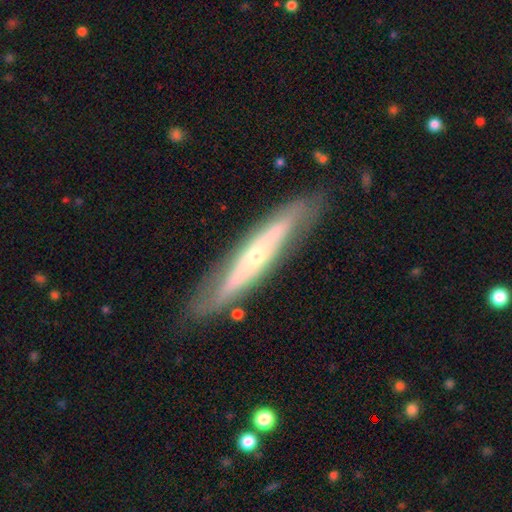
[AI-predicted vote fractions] A featured or disk galaxy (68%) viewed edge-on (59%).

Vote fractions:
- Smooth or featured? featured or disk: 68% / smooth: 26% / star or artifact: 6%
- Edge-on disk? yes: 59% / no: 41%
- Merging? none: 80% / minor disturbance: 14% / major disturbance: 4% / merger: 2%